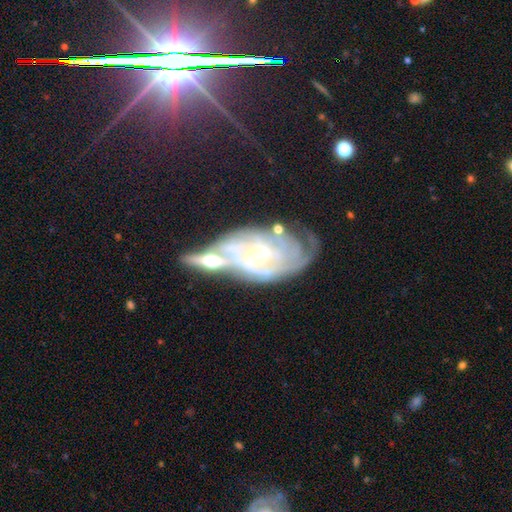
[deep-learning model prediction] Smooth or featured? Predicted: featured or disk (p=0.81). Edge-on disk? Predicted: no (p=0.93). Bar? Predicted: no (p=0.48). Spiral arms? Predicted: yes (p=0.91). Spiral winding? Predicted: tight (p=0.65). Spiral arm count? Predicted: can't tell (p=0.51). Bulge size? Predicted: small (p=0.66). Merging? Predicted: merger (p=0.37).